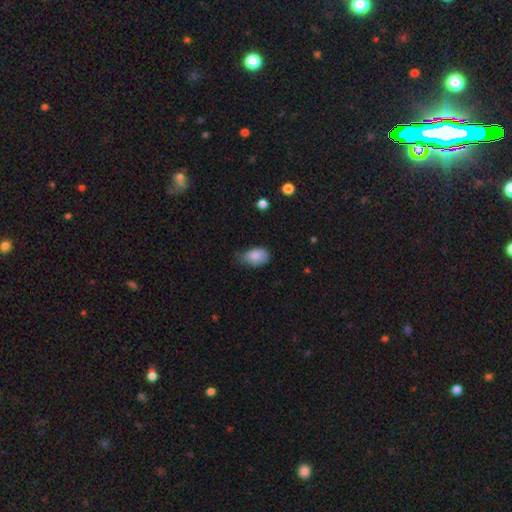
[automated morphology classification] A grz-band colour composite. It shows a smooth galaxy with no disk features (84%) that is in between round and cigar-shaped (89%). Merging: none (49%).